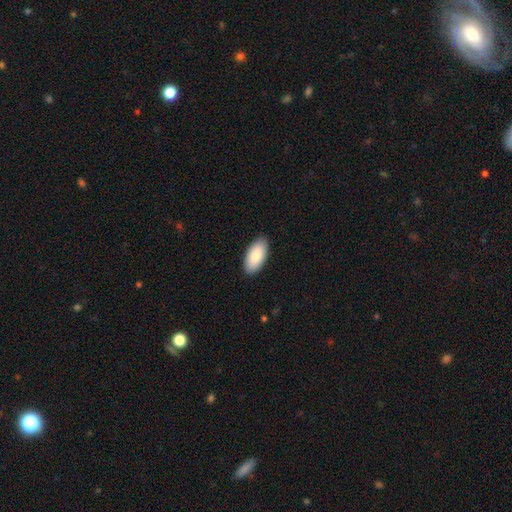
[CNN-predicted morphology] Smooth or featured?
  - smooth: 86% *
  - featured or disk: 8%
  - star or artifact: 6%
How rounded?
  - in between: 95% *
  - cigar-shaped: 4%
  - round: 2%
Merging?
  - none: 89% *
  - minor disturbance: 9%
  - major disturbance: 2%
  - merger: 1%